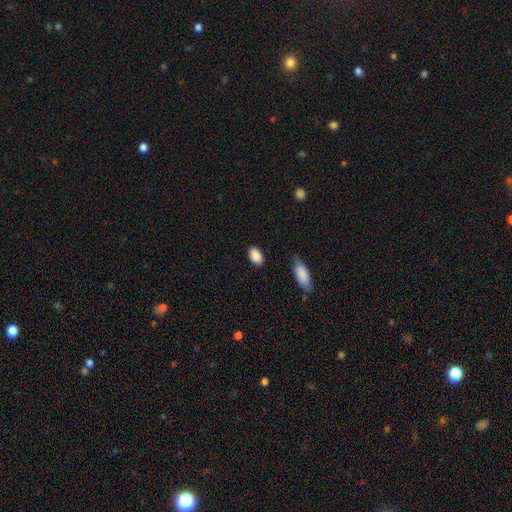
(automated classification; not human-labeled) Smooth or featured? smooth (90%)
How rounded? in between (89%)
Merging? none (84%)